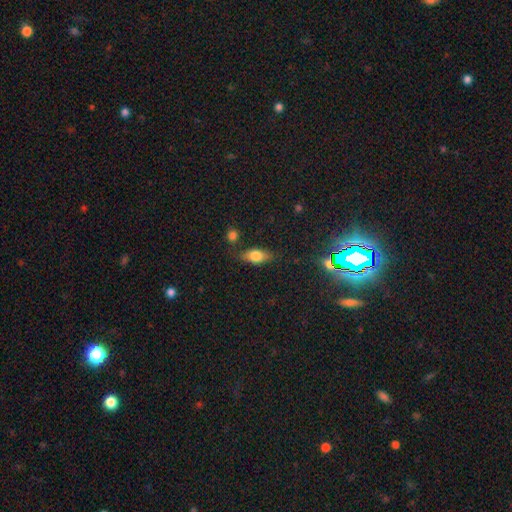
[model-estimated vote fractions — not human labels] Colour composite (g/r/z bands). It shows a smooth galaxy with no disk features (71%) that is in between round and cigar-shaped (81%). Merging: none (76%).